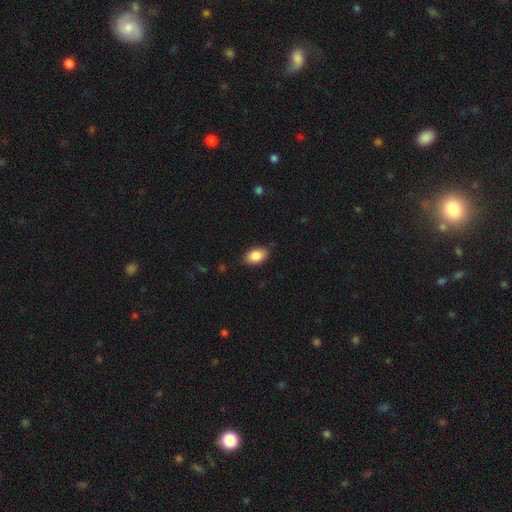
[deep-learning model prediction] Q: Smooth or featured?
A: smooth (86%); runner-up: star or artifact (7%)
Q: How rounded?
A: in between (89%); runner-up: round (9%)
Q: Merging?
A: none (79%); runner-up: minor disturbance (17%)